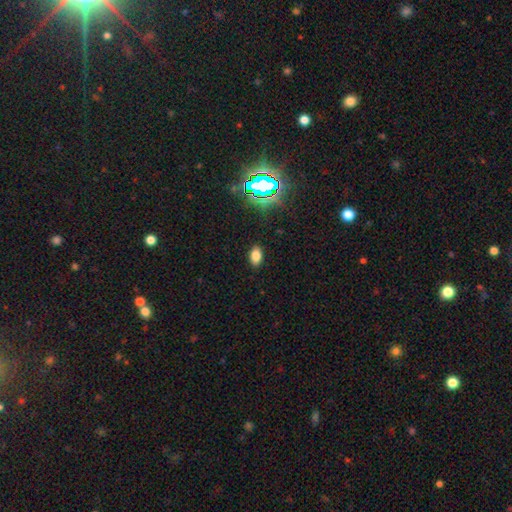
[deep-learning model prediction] Smooth or featured? smooth (76%)
How rounded? in between (89%)
Merging? none (88%)